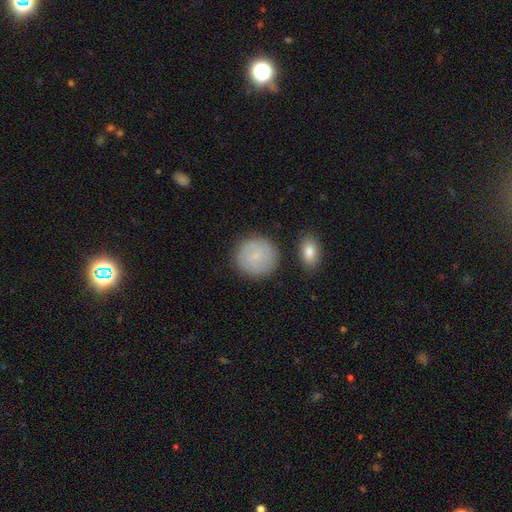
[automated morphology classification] The model was most divided on "smooth or featured": smooth: 73%, featured or disk: 20%, star or artifact: 7%. More confident: how rounded — round (92%); merging — none (82%).